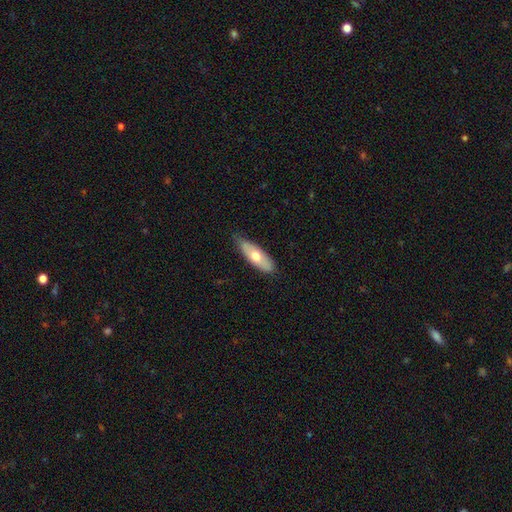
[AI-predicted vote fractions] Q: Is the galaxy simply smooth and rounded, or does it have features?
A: smooth — 62%.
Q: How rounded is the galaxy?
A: in between — 65%.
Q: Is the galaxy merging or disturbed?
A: none — 77%.